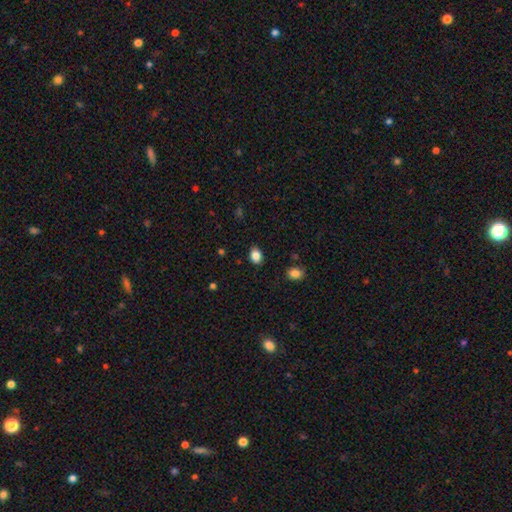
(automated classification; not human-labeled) Q: Smooth or featured?
A: smooth (86%); runner-up: star or artifact (9%)
Q: How rounded?
A: in between (73%); runner-up: round (26%)
Q: Merging?
A: none (86%); runner-up: minor disturbance (10%)